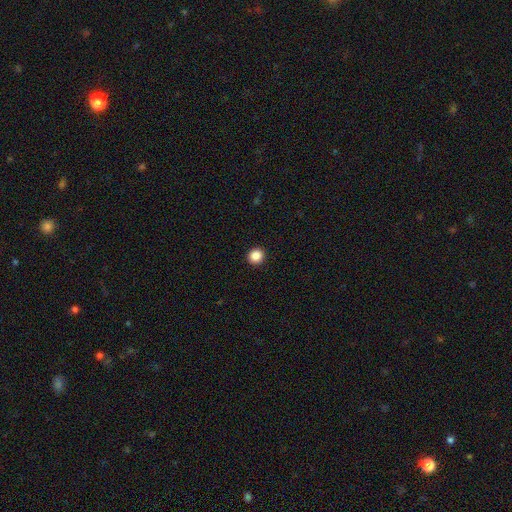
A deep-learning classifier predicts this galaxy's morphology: A smooth galaxy with no disk features (88%) that is round (91%). Merging: none (93%).